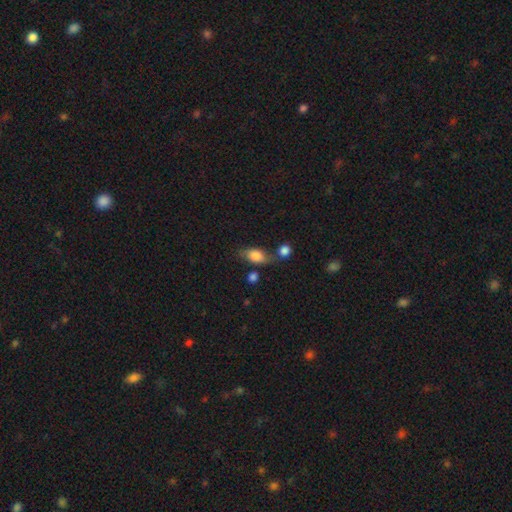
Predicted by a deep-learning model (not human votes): Smooth or featured?
  - smooth: 77% *
  - featured or disk: 15%
  - star or artifact: 8%
How rounded?
  - in between: 80% *
  - round: 14%
  - cigar-shaped: 6%
Merging?
  - none: 51% *
  - minor disturbance: 22%
  - merger: 18%
  - major disturbance: 9%